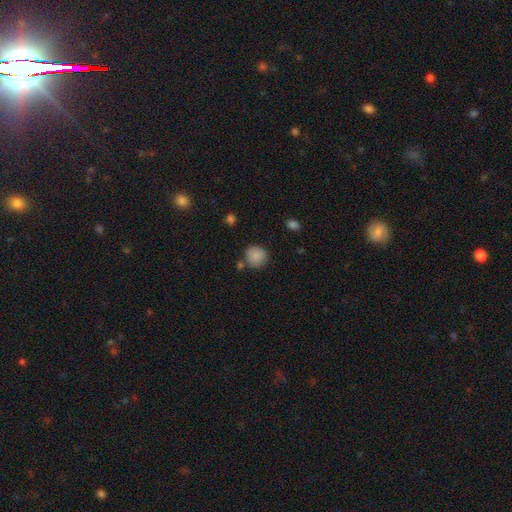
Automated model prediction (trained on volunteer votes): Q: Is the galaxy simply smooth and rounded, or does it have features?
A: smooth — 86%.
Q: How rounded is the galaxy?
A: round — 88%.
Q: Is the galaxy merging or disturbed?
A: none — 76%.